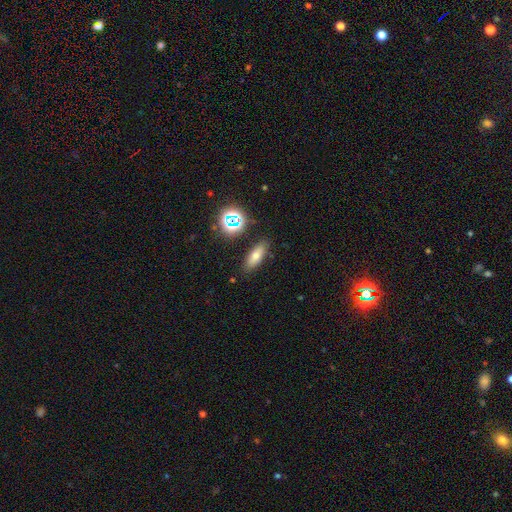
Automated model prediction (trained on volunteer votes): Smooth or featured? Predicted: smooth (p=0.67). How rounded? Predicted: in between (p=0.58). Merging? Predicted: none (p=0.84).